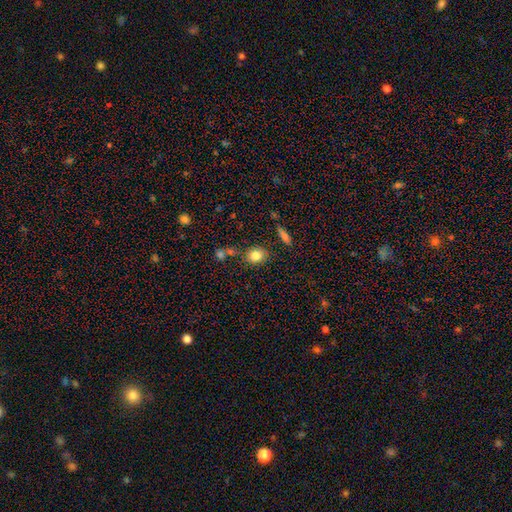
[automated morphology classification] Smooth or featured?
  - smooth: 82% *
  - star or artifact: 10%
  - featured or disk: 9%
How rounded?
  - round: 55% *
  - in between: 43%
  - cigar-shaped: 2%
Merging?
  - none: 77% *
  - minor disturbance: 12%
  - merger: 7%
  - major disturbance: 3%